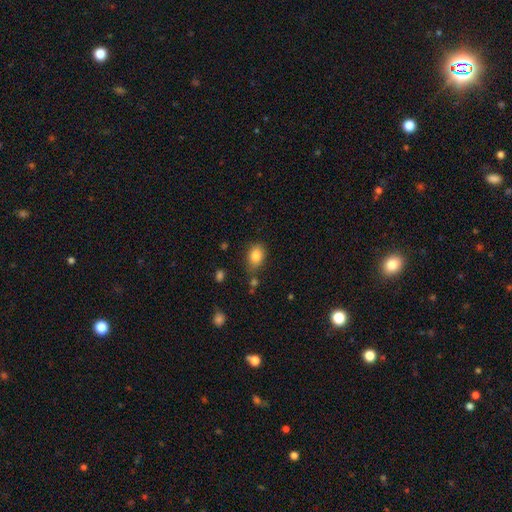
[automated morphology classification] Overall: smooth (84%). How rounded: in between (74%). Merging: none (72%).